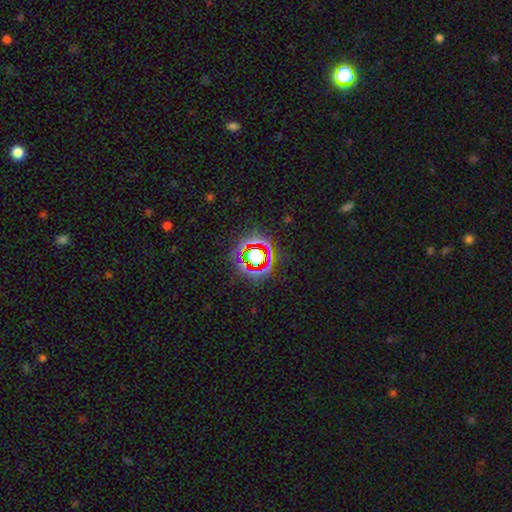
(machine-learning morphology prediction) star or artifact 66%, smooth 22%, featured or disk 12%.